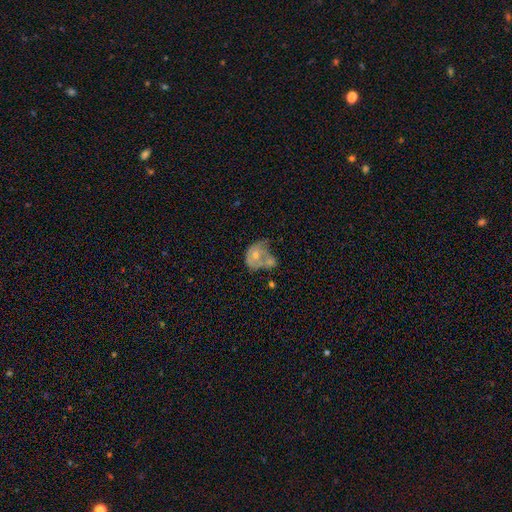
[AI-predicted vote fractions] A featured or disk galaxy (48%).

Vote fractions:
- Smooth or featured? featured or disk: 48% / smooth: 44% / star or artifact: 8%
- Merging? merger: 47% / major disturbance: 18% / none: 18% / minor disturbance: 17%